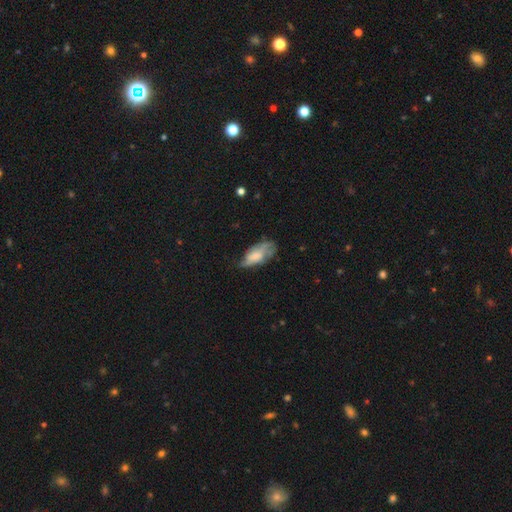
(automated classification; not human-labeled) smooth-or-featured: smooth: 50% | featured or disk: 42% | star or artifact: 7%
  how-rounded: in between: 87% | cigar-shaped: 10% | round: 3%
  merging: none: 44% | minor disturbance: 35% | major disturbance: 19% | merger: 2%